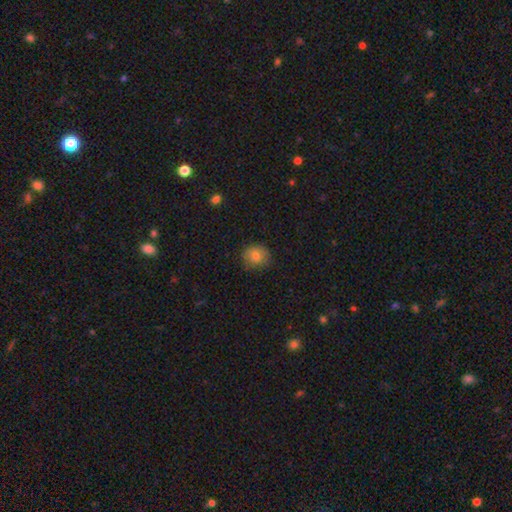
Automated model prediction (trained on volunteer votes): Overall: smooth (80%). How rounded: round (75%). Merging: none (77%).